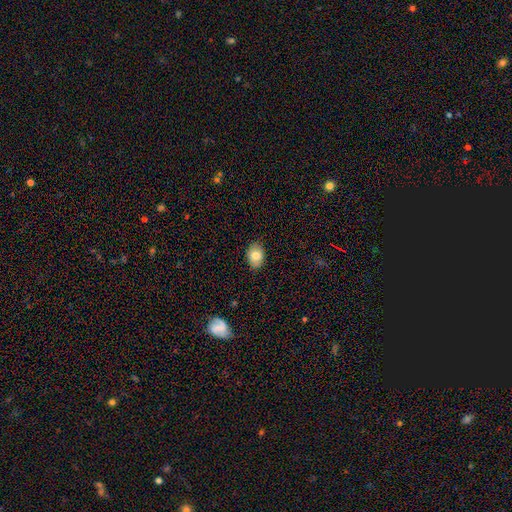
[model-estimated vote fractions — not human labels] Overall: smooth (80%). How rounded: in between (81%). Merging: none (83%).